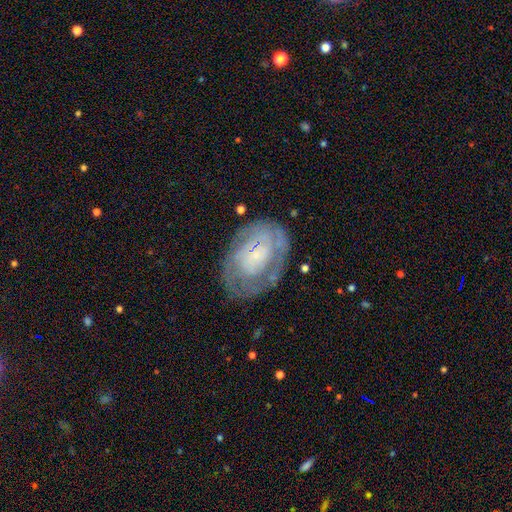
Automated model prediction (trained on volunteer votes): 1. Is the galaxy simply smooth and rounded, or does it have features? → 68% featured or disk, 24% smooth, 8% star or artifact.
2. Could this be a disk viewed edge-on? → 97% no, 3% yes.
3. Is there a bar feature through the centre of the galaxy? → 74% no, 21% weak, 5% strong.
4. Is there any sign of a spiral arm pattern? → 75% yes, 25% no.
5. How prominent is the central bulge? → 60% small, 18% none, 14% moderate, 6% large, 2% dominant.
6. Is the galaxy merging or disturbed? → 65% none, 21% minor disturbance, 12% major disturbance, 2% merger.